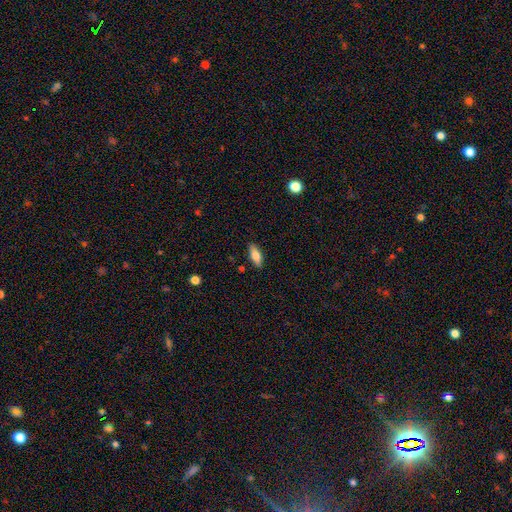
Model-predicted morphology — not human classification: Smooth or featured? Predicted: smooth (p=0.71). How rounded? Predicted: in between (p=0.71). Merging? Predicted: none (p=0.87).